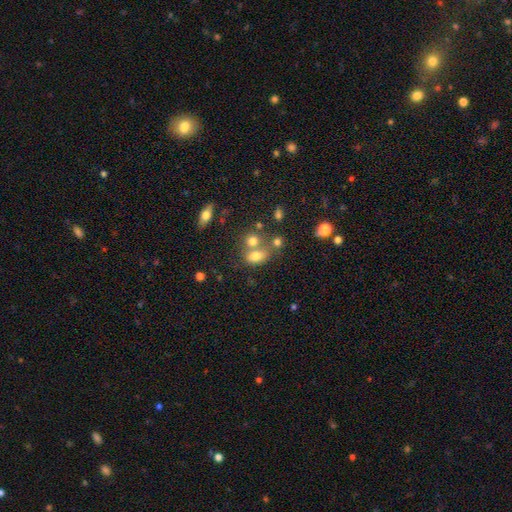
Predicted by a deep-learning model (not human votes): Smooth or featured?
  - smooth: 72% *
  - featured or disk: 14%
  - star or artifact: 14%
How rounded?
  - in between: 77% *
  - round: 21%
  - cigar-shaped: 3%
Merging?
  - none: 42% *
  - merger: 39%
  - minor disturbance: 13%
  - major disturbance: 6%